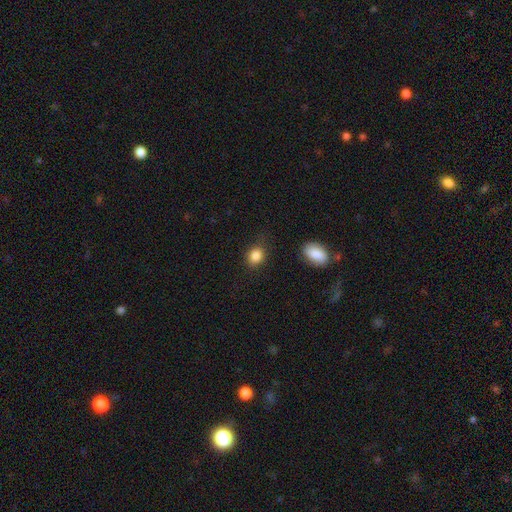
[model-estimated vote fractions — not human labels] Overall: smooth (86%). How rounded: round (56%; in between 42%). Merging: none (78%).